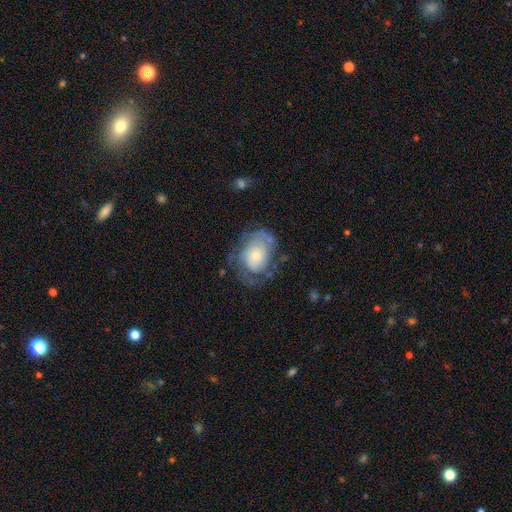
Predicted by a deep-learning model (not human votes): Morphology: type=featured or disk (66%); edge-on=no (97%); bar=no (80%); spiral arms=yes (78%); bulge=small (52%); merging=none (52%).